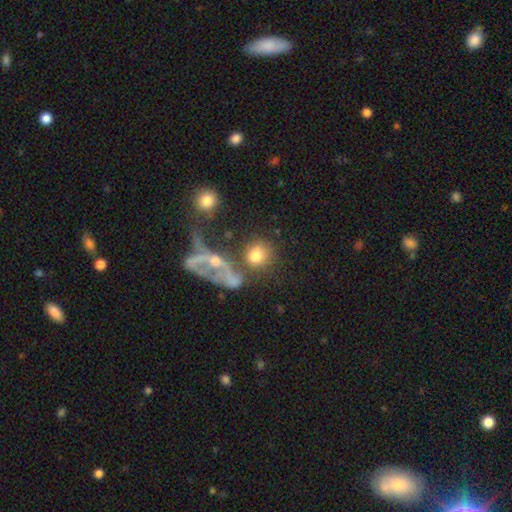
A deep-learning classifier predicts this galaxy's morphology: smooth 67%, featured or disk 21%, star or artifact 12%. Down the decision tree: how rounded — round (79%); merging — none (45%).